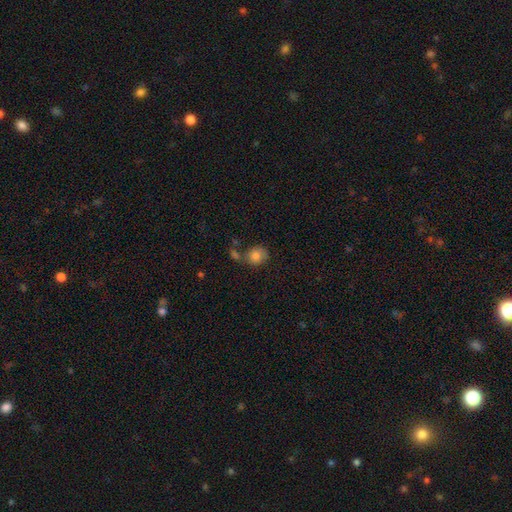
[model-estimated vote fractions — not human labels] smooth-or-featured: smooth: 83% | star or artifact: 9% | featured or disk: 8%
  how-rounded: round: 74% | in between: 25% | cigar-shaped: 1%
  merging: none: 60% | merger: 20% | minor disturbance: 15% | major disturbance: 5%